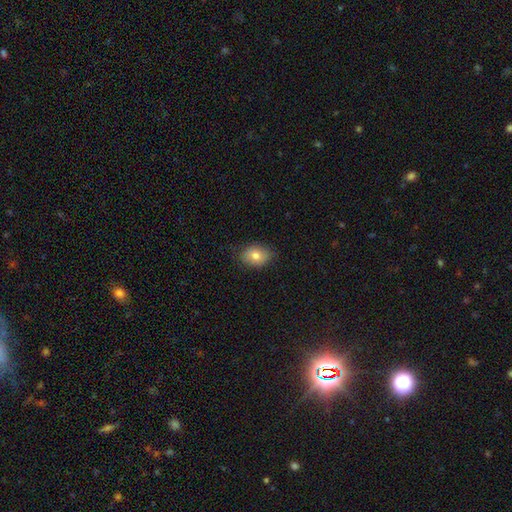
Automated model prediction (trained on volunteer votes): This appears to be a smooth galaxy with no disk features (78%) that is in between round and cigar-shaped (71%). Merging: none (82%).